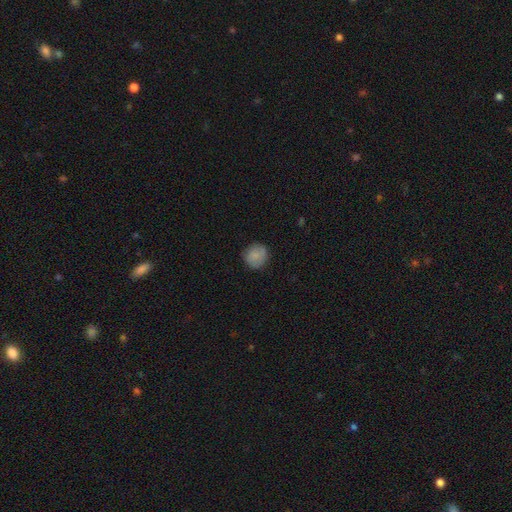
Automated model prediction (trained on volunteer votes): A smooth galaxy with no disk features (84%) that is round (89%). Merging: none (85%).